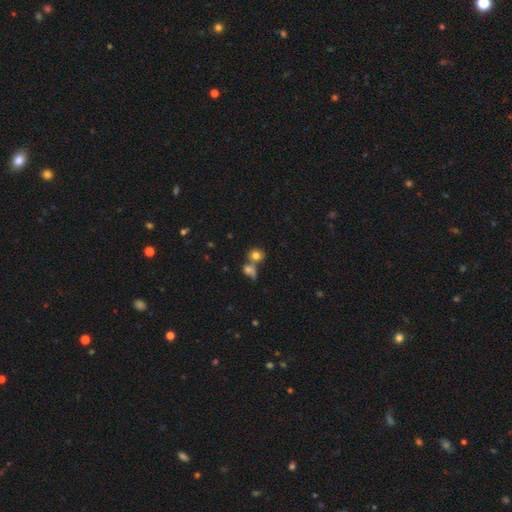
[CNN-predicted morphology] Smooth or featured: smooth — 77% (star or artifact — 12%)
How rounded: round — 77% (in between — 21%)
Merging: none — 44% (merger — 42%)